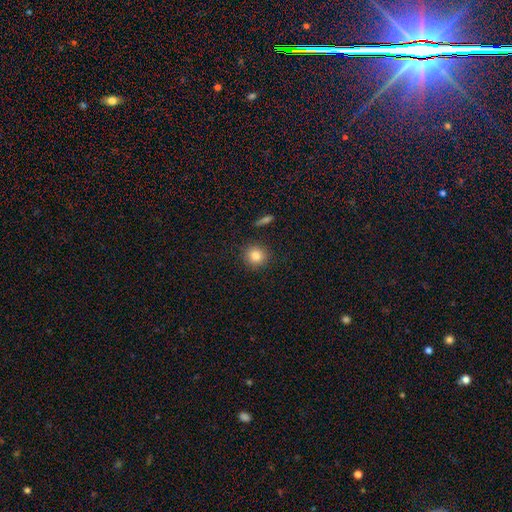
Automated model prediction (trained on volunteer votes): A smooth galaxy with no disk features (83%) that is round (89%). Merging: none (88%).